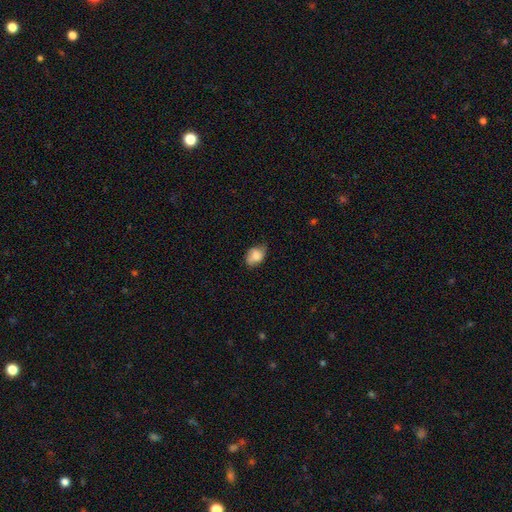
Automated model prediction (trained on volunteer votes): smooth-or-featured: smooth: 77% | featured or disk: 15% | star or artifact: 8%
  how-rounded: in between: 73% | round: 26% | cigar-shaped: 1%
  merging: none: 56% | minor disturbance: 34% | major disturbance: 9% | merger: 2%